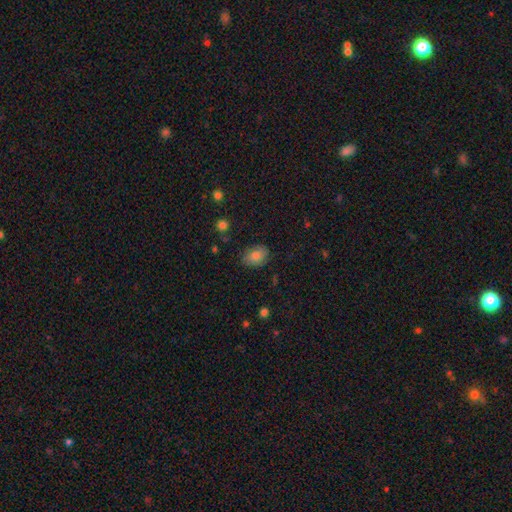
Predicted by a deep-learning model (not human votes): Smooth or featured?
  - smooth: 78% *
  - featured or disk: 13%
  - star or artifact: 9%
How rounded?
  - in between: 78% *
  - round: 21%
  - cigar-shaped: 1%
Merging?
  - none: 79% *
  - minor disturbance: 16%
  - major disturbance: 3%
  - merger: 1%